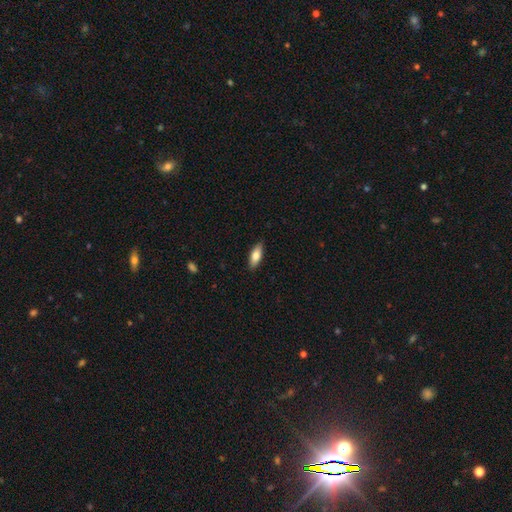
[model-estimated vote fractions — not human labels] smooth 77%, featured or disk 17%, star or artifact 6%. Down the decision tree: how rounded — in between (71%); merging — none (88%).